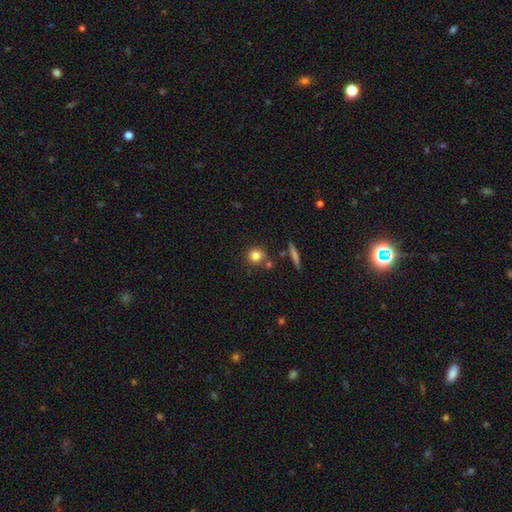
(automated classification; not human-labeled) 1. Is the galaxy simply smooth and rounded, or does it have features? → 80% smooth, 11% star or artifact, 9% featured or disk.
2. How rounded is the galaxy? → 88% round, 10% in between, 2% cigar-shaped.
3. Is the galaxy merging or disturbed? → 74% none, 12% merger, 10% minor disturbance, 3% major disturbance.